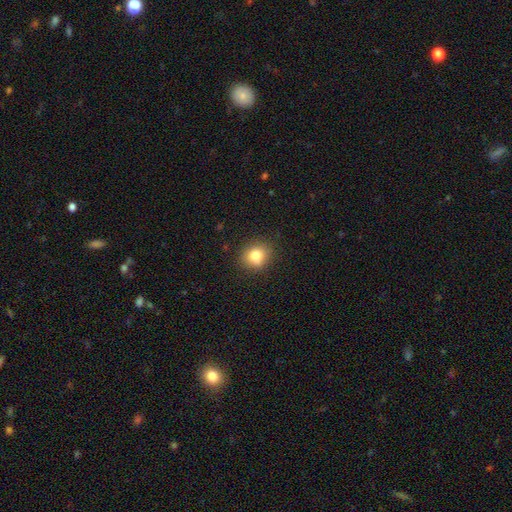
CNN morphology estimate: Smooth or featured?
  - smooth: 80% *
  - star or artifact: 11%
  - featured or disk: 9%
How rounded?
  - round: 69% *
  - in between: 30%
  - cigar-shaped: 1%
Merging?
  - none: 83% *
  - minor disturbance: 12%
  - major disturbance: 3%
  - merger: 2%